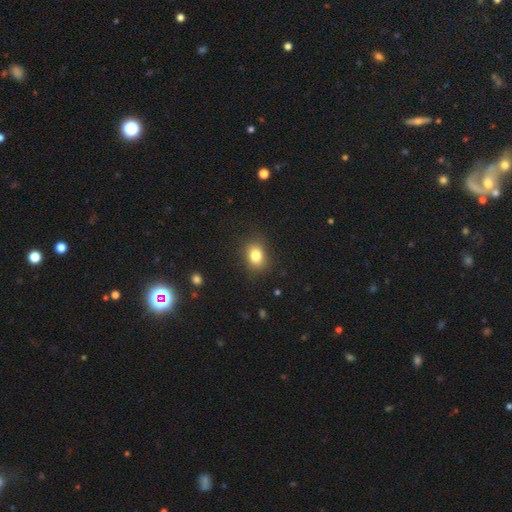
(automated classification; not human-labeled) This appears to be a smooth galaxy with no disk features (82%) that is in between round and cigar-shaped (60%). Merging: none (85%).